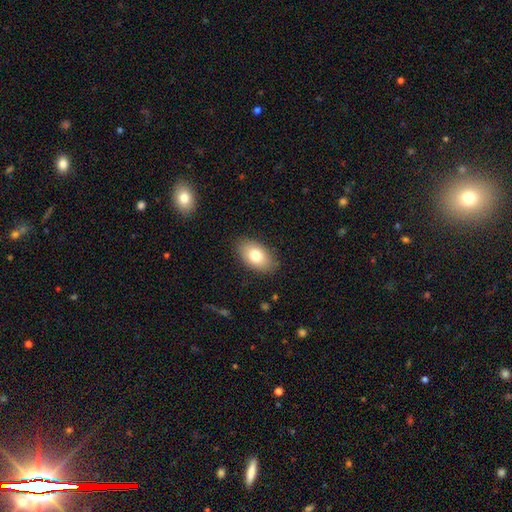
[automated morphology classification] A smooth galaxy with no disk features (76%) that is in between round and cigar-shaped (92%).

Vote fractions:
- Smooth or featured? smooth: 76% / featured or disk: 16% / star or artifact: 8%
- How rounded? in between: 92% / round: 7% / cigar-shaped: 2%
- Merging? none: 85% / minor disturbance: 11% / major disturbance: 3% / merger: 1%